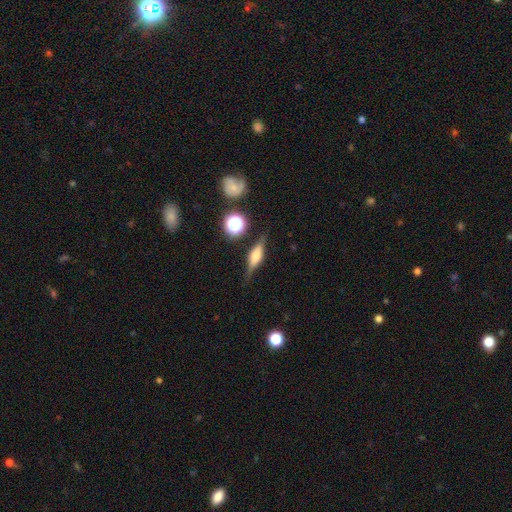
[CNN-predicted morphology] smooth_or_featured: featured or disk (p=0.65) [alt: smooth p=0.26]
disk_edge_on: yes (p=0.94) [alt: no p=0.06]
edge_on_bulge: rounded (p=0.74) [alt: boxy p=0.22]
merging: none (p=0.79) [alt: minor disturbance p=0.14]